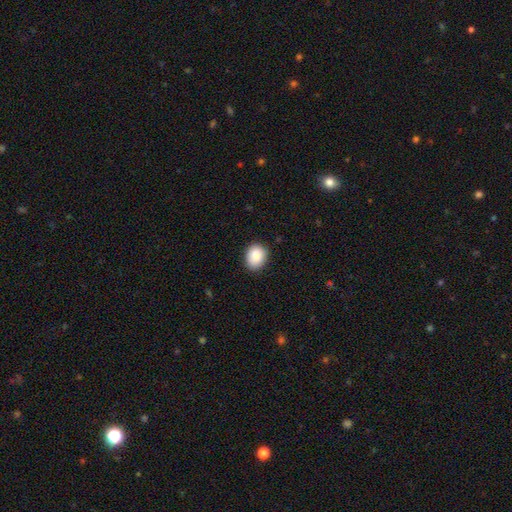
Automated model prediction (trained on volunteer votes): Smooth or featured? Predicted: smooth (p=0.89). How rounded? Predicted: round (p=0.50). Merging? Predicted: none (p=0.86).